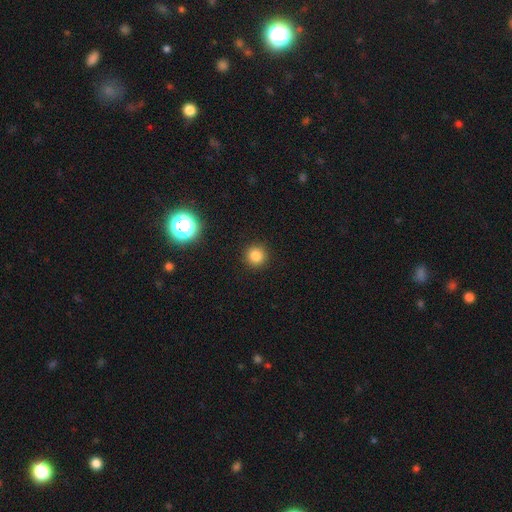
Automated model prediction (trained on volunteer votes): A smooth galaxy with no disk features (82%) that is round (94%).

Vote fractions:
- Smooth or featured? smooth: 82% / star or artifact: 14% / featured or disk: 5%
- How rounded? round: 94% / in between: 5% / cigar-shaped: 1%
- Merging? none: 92% / minor disturbance: 5% / major disturbance: 2% / merger: 1%